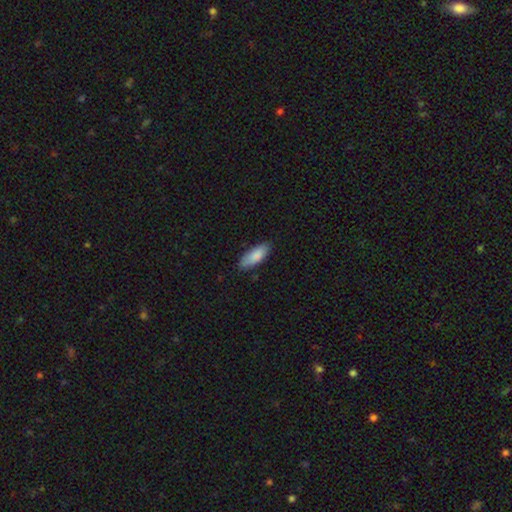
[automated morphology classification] Overall: smooth (86%). How rounded: in between (72%). Merging: none (82%).